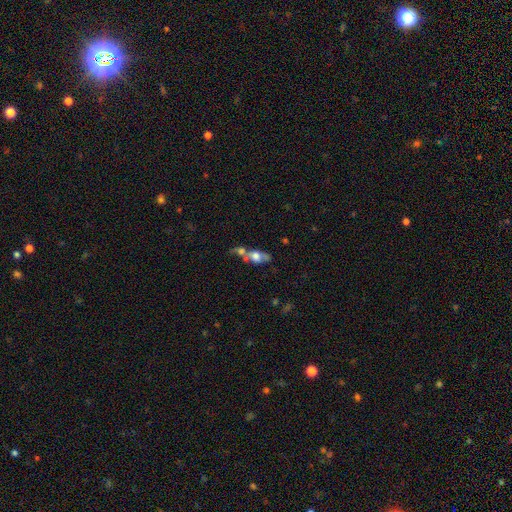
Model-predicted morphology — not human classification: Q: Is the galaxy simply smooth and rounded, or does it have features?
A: smooth — 57%.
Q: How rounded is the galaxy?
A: in between — 71%.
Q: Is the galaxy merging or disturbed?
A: merger — 59%.